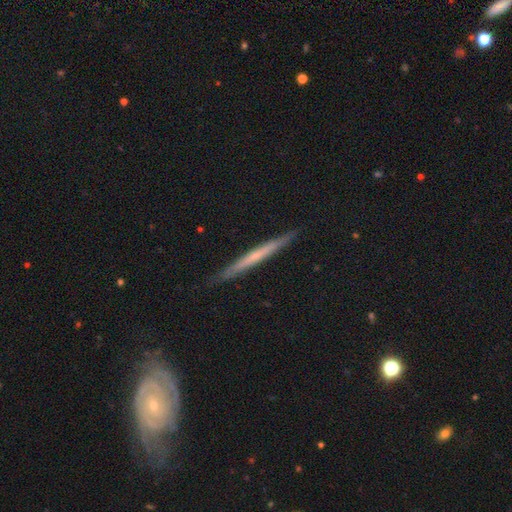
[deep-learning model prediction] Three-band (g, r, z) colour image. It shows a featured or disk galaxy (52%) viewed edge-on (96%) with no central bulge (77%). Merging: none (89%).